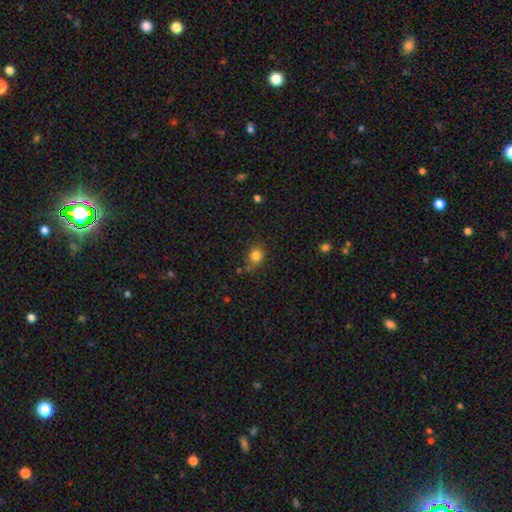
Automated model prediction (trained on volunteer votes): This appears to be a smooth galaxy with no disk features (82%) that is round (68%). Merging: none (73%).